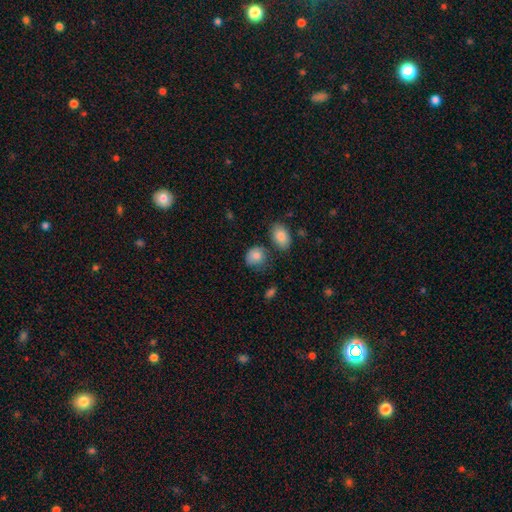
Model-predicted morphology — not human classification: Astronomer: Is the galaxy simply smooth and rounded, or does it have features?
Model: smooth — 84%.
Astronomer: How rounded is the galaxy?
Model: round — 67%.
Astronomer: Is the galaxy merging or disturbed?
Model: none — 64%.